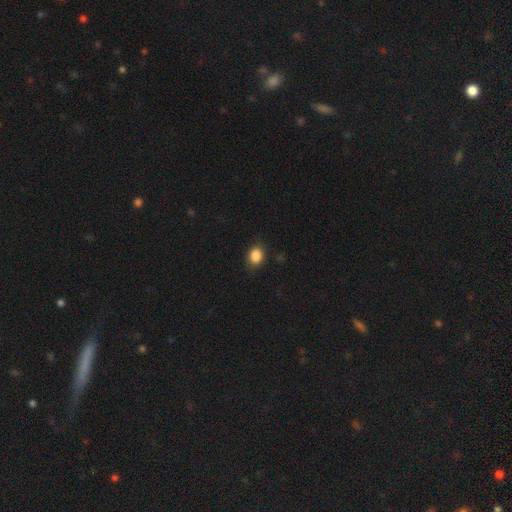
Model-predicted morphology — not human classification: smooth 87%, star or artifact 9%, featured or disk 4%. Down the decision tree: how rounded — in between (54%); merging — none (84%).